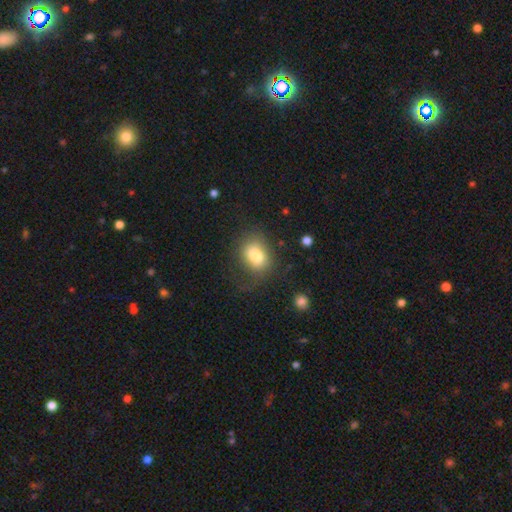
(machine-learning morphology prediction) smooth_or_featured: smooth (p=0.78) [alt: featured or disk p=0.13]
how_rounded: in between (p=0.56) [alt: round p=0.43]
merging: none (p=0.60) [alt: minor disturbance p=0.20]